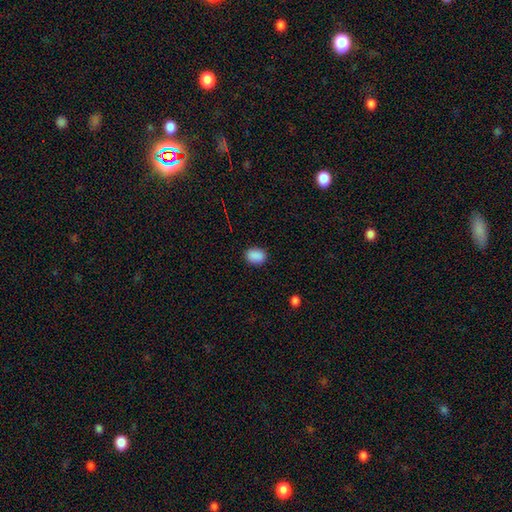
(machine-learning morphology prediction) smooth_or_featured: smooth (p=0.89) [alt: star or artifact p=0.08]
how_rounded: in between (p=0.70) [alt: round p=0.29]
merging: none (p=0.88) [alt: minor disturbance p=0.09]